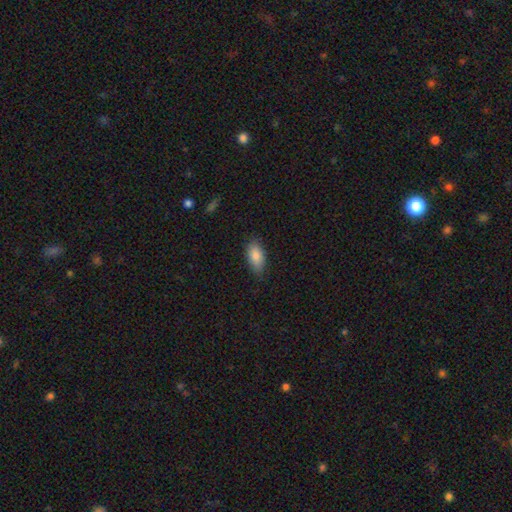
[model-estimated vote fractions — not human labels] Smooth or featured? Predicted: smooth (p=0.85). How rounded? Predicted: in between (p=0.90). Merging? Predicted: none (p=0.78).